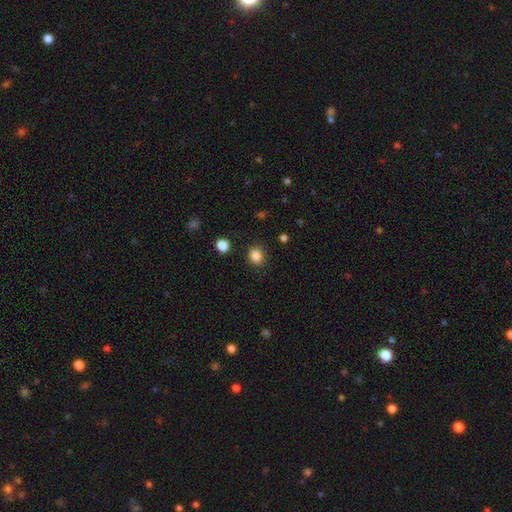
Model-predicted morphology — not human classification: smooth 85%, star or artifact 11%, featured or disk 4%. Down the decision tree: how rounded — round (73%); merging — none (88%).